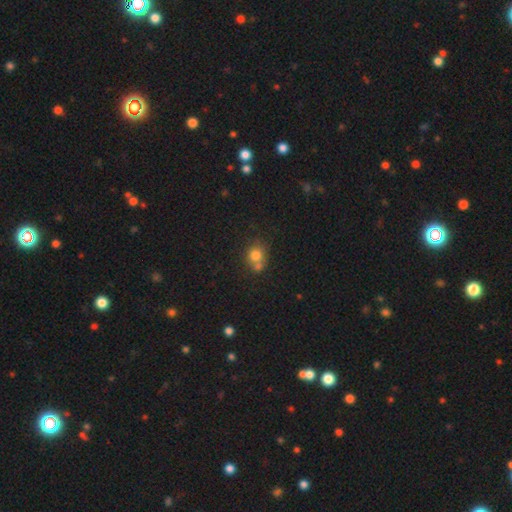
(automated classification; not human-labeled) A smooth galaxy with no disk features (76%) that is round (77%).

Vote fractions:
- Smooth or featured? smooth: 76% / featured or disk: 12% / star or artifact: 12%
- How rounded? round: 77% / in between: 22% / cigar-shaped: 1%
- Merging? none: 45% / merger: 39% / minor disturbance: 11% / major disturbance: 4%